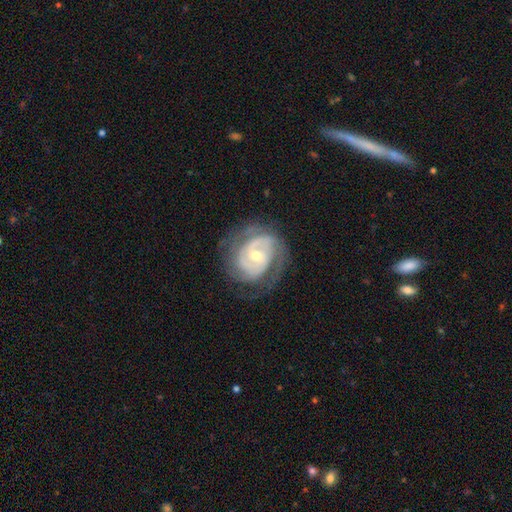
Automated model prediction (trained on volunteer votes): Q: Smooth or featured?
A: featured or disk (88%); runner-up: smooth (7%)
Q: Edge-on disk?
A: no (98%); runner-up: yes (2%)
Q: Bar?
A: no (55%); runner-up: weak (34%)
Q: Spiral arms?
A: yes (96%); runner-up: no (4%)
Q: Spiral winding?
A: tight (60%); runner-up: medium (33%)
Q: Spiral arm count?
A: 2 (53%); runner-up: can't tell (18%)
Q: Bulge size?
A: moderate (51%); runner-up: small (45%)
Q: Merging?
A: none (71%); runner-up: minor disturbance (18%)